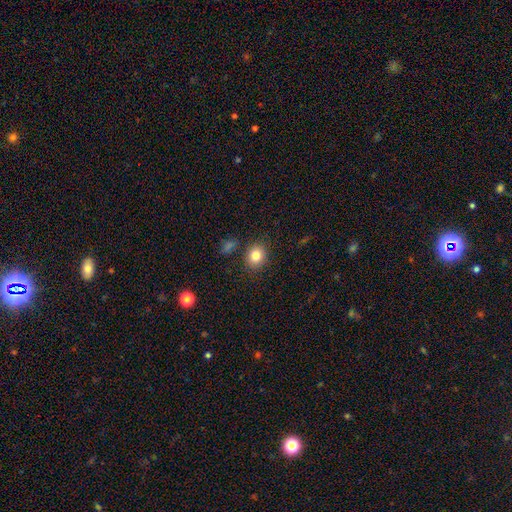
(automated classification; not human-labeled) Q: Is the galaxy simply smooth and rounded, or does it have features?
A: smooth — 82%.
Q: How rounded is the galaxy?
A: round — 61%.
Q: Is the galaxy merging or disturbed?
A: none — 84%.